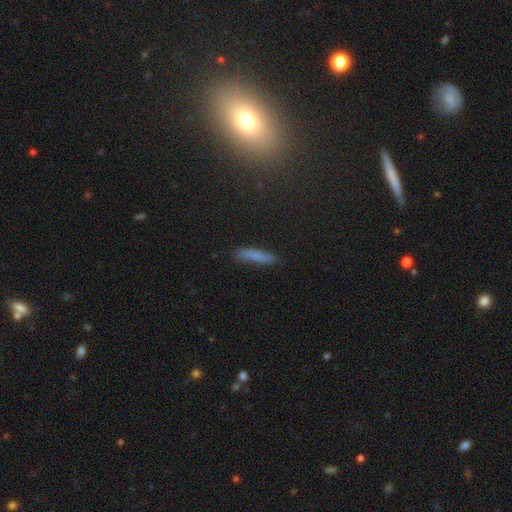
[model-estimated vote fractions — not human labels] The model was most divided on "smooth or featured": smooth: 77%, featured or disk: 13%, star or artifact: 10%. More confident: how rounded — cigar-shaped (85%); merging — none (82%).